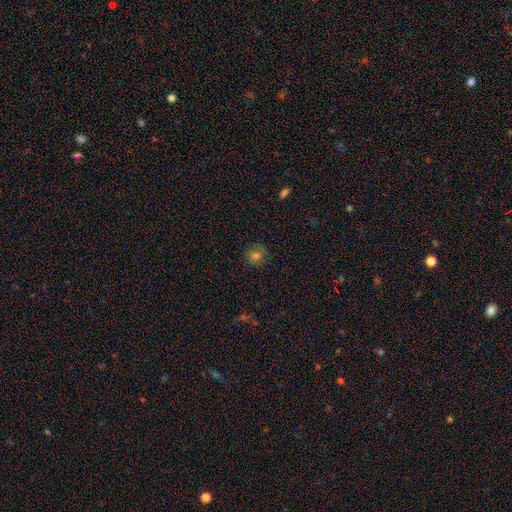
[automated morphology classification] This is likely a smooth galaxy (62%). How rounded: clearly round (82%). Merging: clearly none (81%).